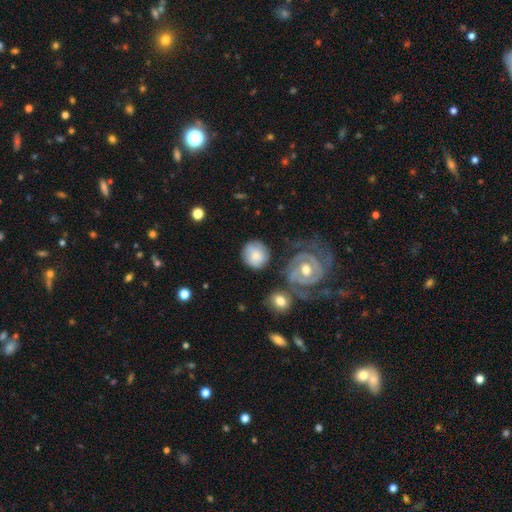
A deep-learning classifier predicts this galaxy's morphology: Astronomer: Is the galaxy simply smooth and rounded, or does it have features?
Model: smooth — 58% (runner-up: featured or disk, 35%).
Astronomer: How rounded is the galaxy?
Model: round — 84%.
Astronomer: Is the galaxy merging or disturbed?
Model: none — 69%.